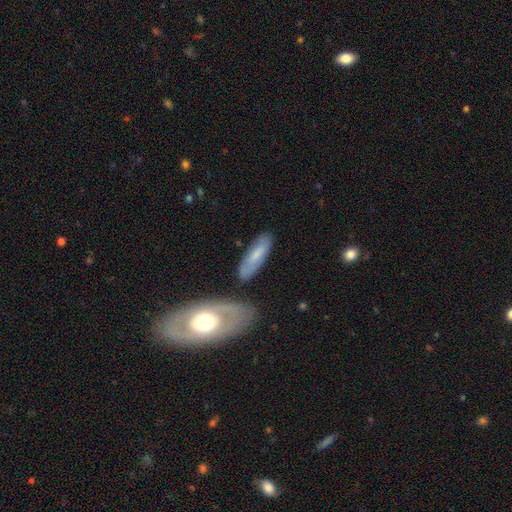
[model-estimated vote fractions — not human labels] smooth-or-featured: smooth: 61% | featured or disk: 32% | star or artifact: 7%
  how-rounded: in between: 51% | cigar-shaped: 46% | round: 3%
  merging: none: 75% | minor disturbance: 15% | merger: 6% | major disturbance: 5%